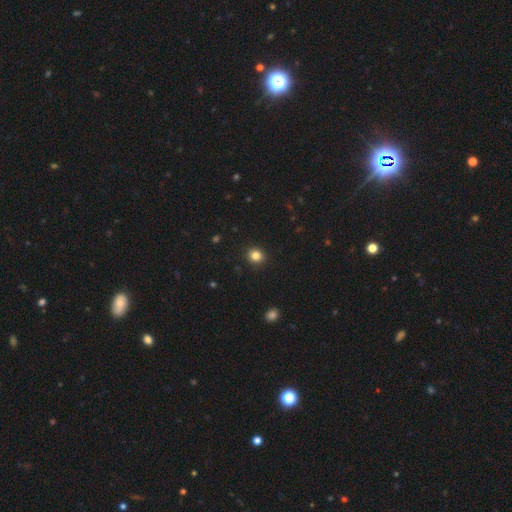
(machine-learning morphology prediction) This appears to be a smooth galaxy with no disk features (83%) that is round (85%). Merging: none (92%).